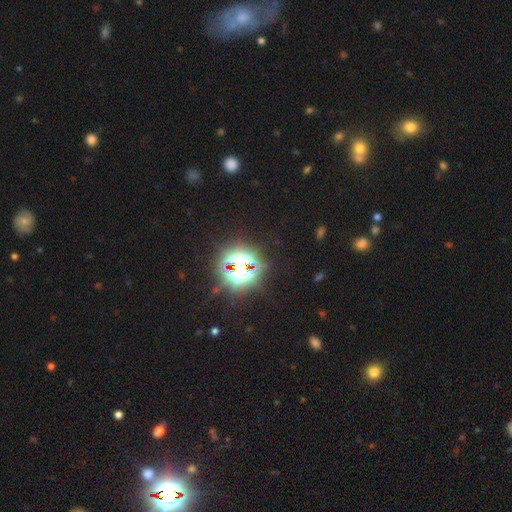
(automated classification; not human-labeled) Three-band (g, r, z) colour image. It shows a star or artifact, not a galaxy (80%).